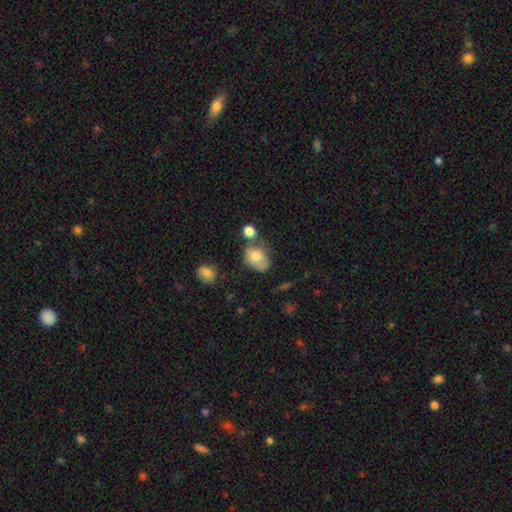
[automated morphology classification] smooth-or-featured: smooth: 68% | featured or disk: 24% | star or artifact: 9%
  how-rounded: in between: 56% | round: 43% | cigar-shaped: 1%
  merging: none: 37% | minor disturbance: 26% | merger: 22% | major disturbance: 15%